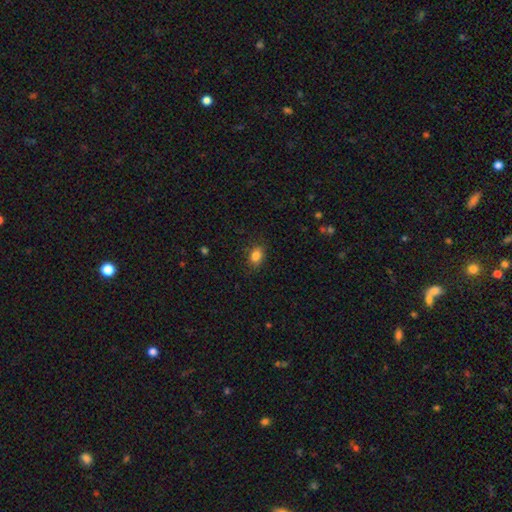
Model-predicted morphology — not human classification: Overall: smooth (83%). How rounded: in between (75%). Merging: none (81%).